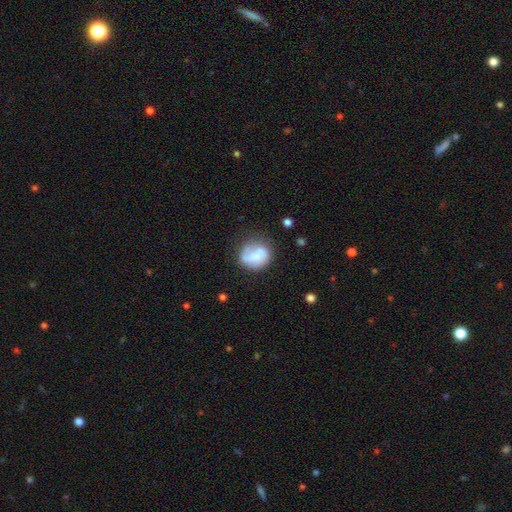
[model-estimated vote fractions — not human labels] Q: Smooth or featured?
A: smooth (52%); runner-up: featured or disk (39%)
Q: How rounded?
A: round (70%); runner-up: in between (29%)
Q: Merging?
A: none (49%); runner-up: minor disturbance (26%)